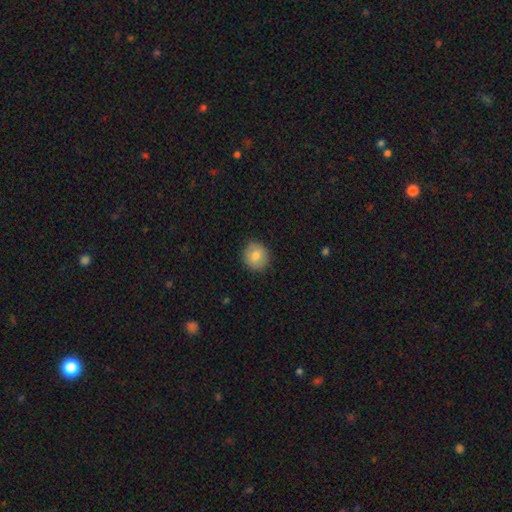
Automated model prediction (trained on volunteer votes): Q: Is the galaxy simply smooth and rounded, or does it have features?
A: smooth — 80%.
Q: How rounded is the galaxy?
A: round — 90%.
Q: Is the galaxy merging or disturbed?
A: none — 89%.